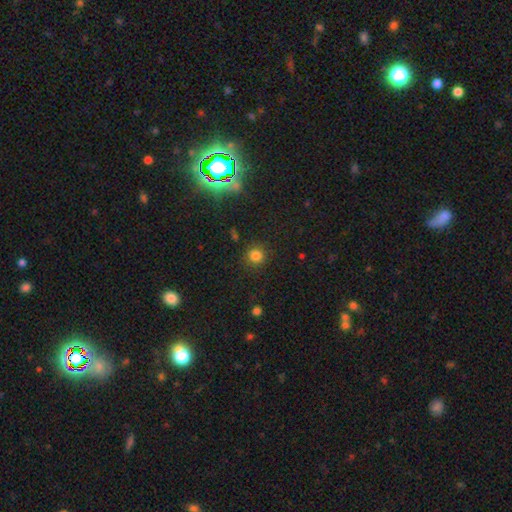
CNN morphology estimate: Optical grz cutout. It shows a smooth galaxy with no disk features (80%) that is round (92%). Merging: none (88%).